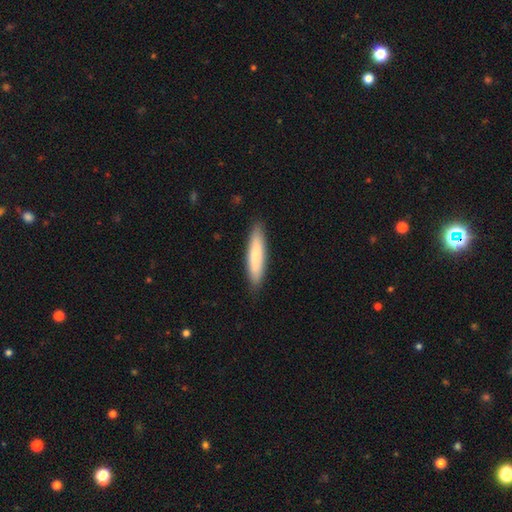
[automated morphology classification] Smooth or featured? smooth (71%)
How rounded? cigar-shaped (83%)
Merging? none (88%)